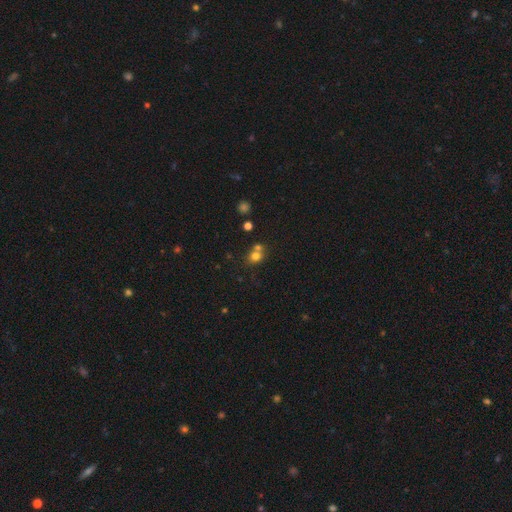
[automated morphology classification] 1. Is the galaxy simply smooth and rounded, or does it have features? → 75% smooth, 15% star or artifact, 10% featured or disk.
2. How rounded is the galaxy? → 73% round, 26% in between, 1% cigar-shaped.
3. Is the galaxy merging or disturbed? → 47% none, 41% merger, 8% minor disturbance, 3% major disturbance.